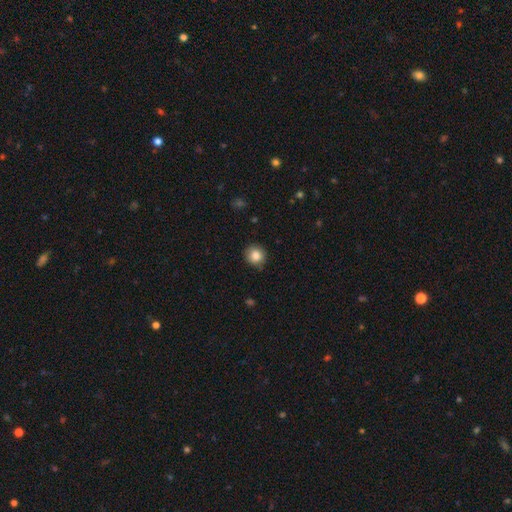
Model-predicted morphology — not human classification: smooth_or_featured: smooth (p=0.85) [alt: star or artifact p=0.09]
how_rounded: round (p=0.87) [alt: in between p=0.12]
merging: none (p=0.85) [alt: minor disturbance p=0.11]